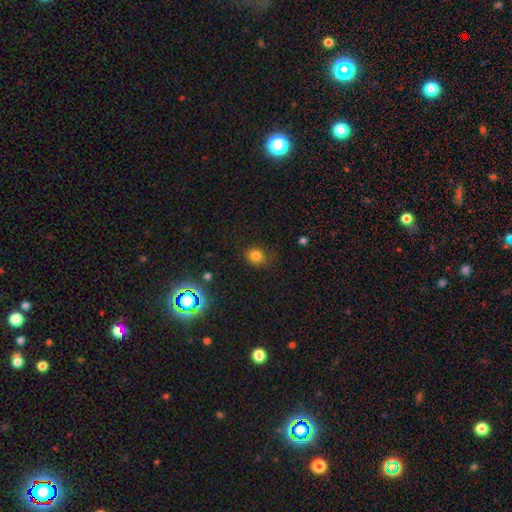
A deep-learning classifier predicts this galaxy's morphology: A smooth galaxy with no disk features (79%) that is round (79%). Merging: none (76%).